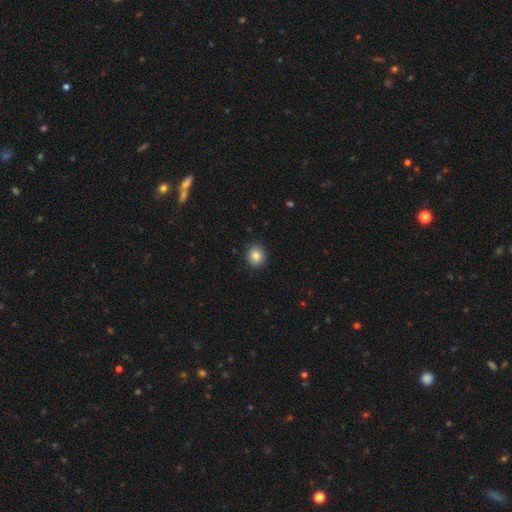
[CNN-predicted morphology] smooth_or_featured: smooth (p=0.85) [alt: star or artifact p=0.09]
how_rounded: round (p=0.80) [alt: in between p=0.19]
merging: none (p=0.91) [alt: minor disturbance p=0.07]